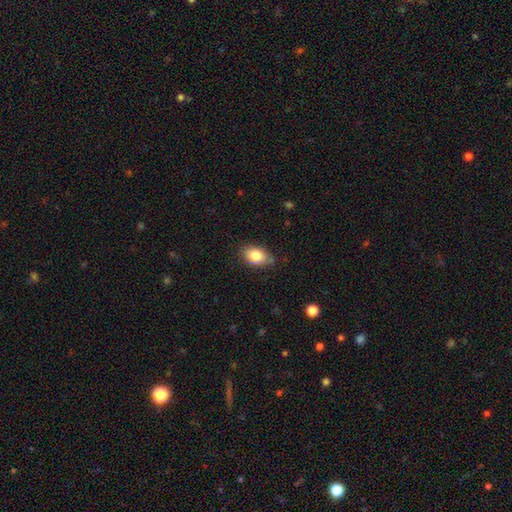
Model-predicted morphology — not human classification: This appears to be a smooth galaxy with no disk features (83%) that is in between round and cigar-shaped (85%). Merging: none (76%).